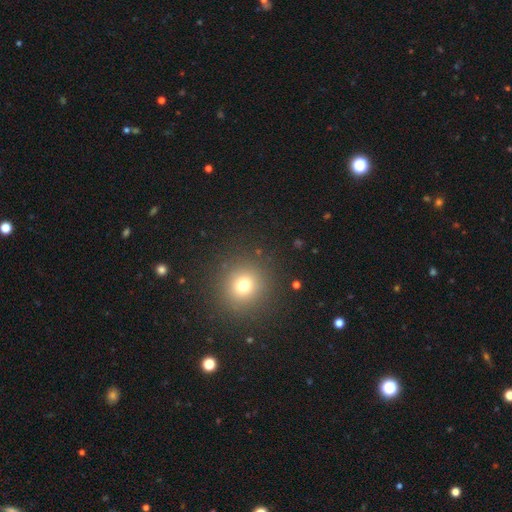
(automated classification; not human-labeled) Q: Smooth or featured?
A: smooth (59%); runner-up: star or artifact (34%)
Q: How rounded?
A: round (93%); runner-up: in between (5%)
Q: Merging?
A: none (92%); runner-up: minor disturbance (4%)